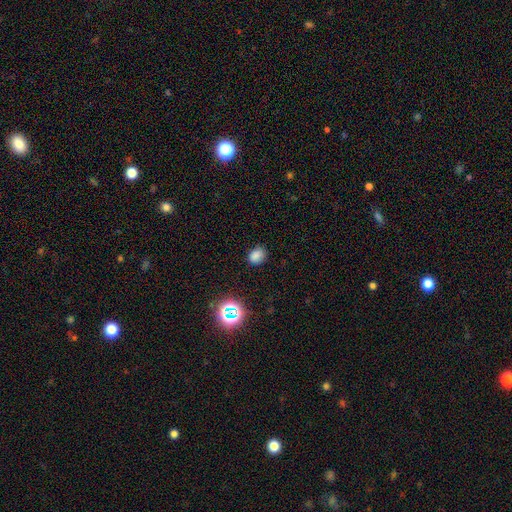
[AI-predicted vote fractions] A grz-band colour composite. It shows a smooth galaxy with no disk features (78%) that is in between round and cigar-shaped (50%). Merging: none (80%).